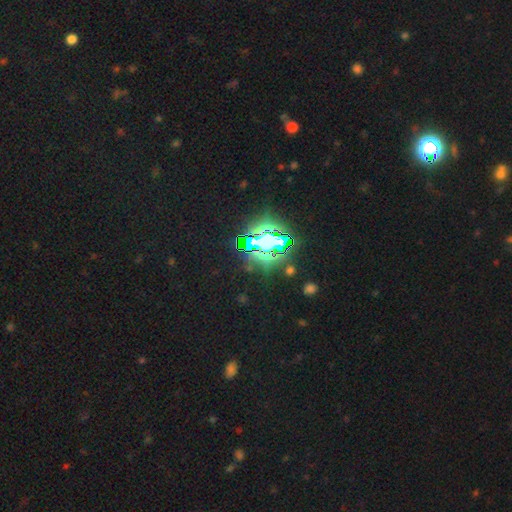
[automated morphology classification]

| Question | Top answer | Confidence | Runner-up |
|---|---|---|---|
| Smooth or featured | star or artifact | 84% | smooth (9%) |